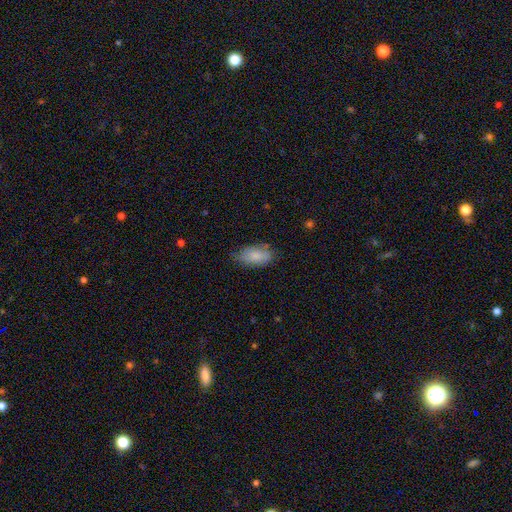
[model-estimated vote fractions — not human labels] Q: Smooth or featured?
A: smooth (81%); runner-up: featured or disk (13%)
Q: How rounded?
A: in between (92%); runner-up: cigar-shaped (4%)
Q: Merging?
A: none (68%); runner-up: minor disturbance (25%)